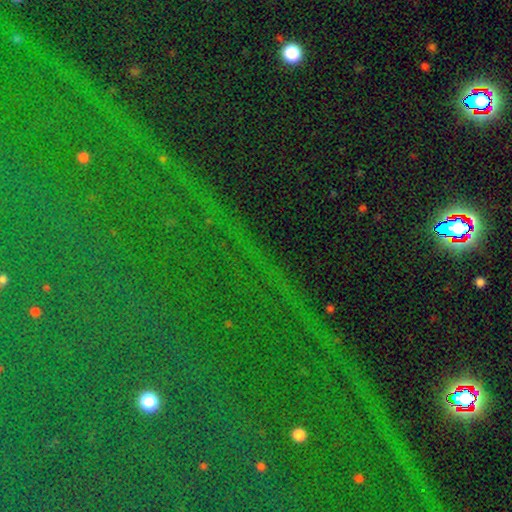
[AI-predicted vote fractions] The model was most divided on "smooth or featured": star or artifact: 85%, smooth: 7%, featured or disk: 7%.